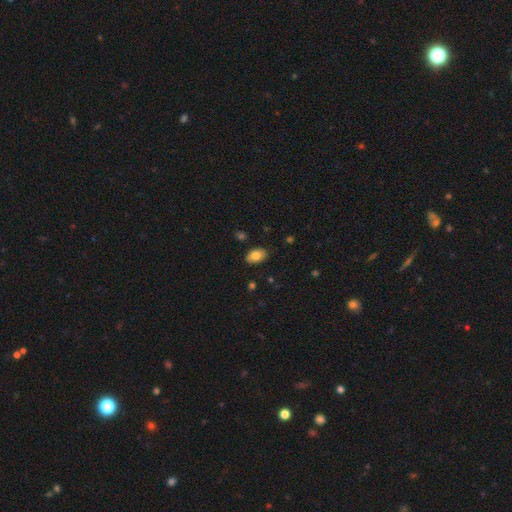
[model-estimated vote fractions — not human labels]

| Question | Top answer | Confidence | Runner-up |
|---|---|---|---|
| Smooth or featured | smooth | 79% | featured or disk (13%) |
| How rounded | in between | 90% | round (9%) |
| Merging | none | 86% | minor disturbance (11%) |